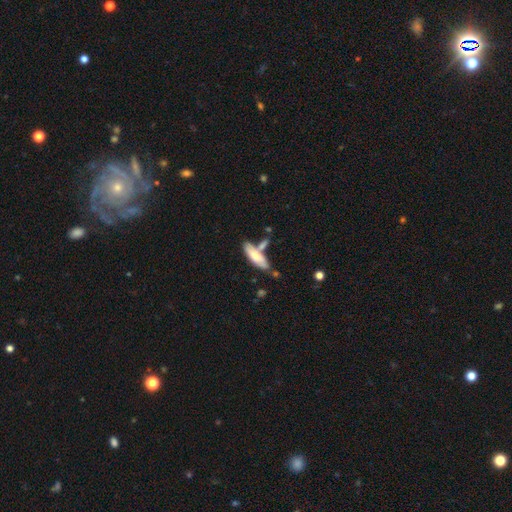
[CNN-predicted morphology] This is likely a smooth galaxy (63%). How rounded: possibly in between (51%). Merging: possibly none (50%).